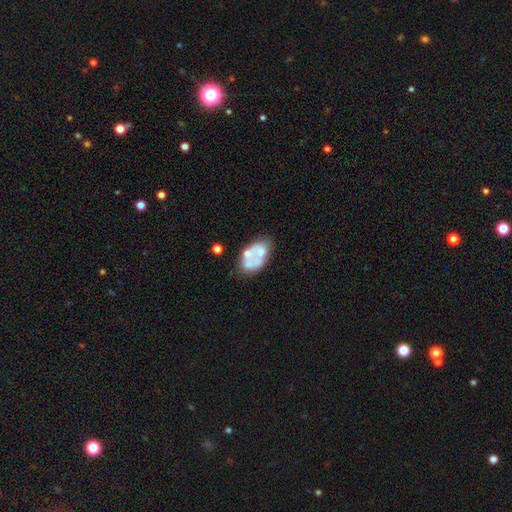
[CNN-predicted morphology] smooth_or_featured: featured or disk (p=0.50) [alt: smooth p=0.40]
disk_edge_on: no (p=0.97) [alt: yes p=0.03]
merging: none (p=0.36) [alt: merger p=0.30]